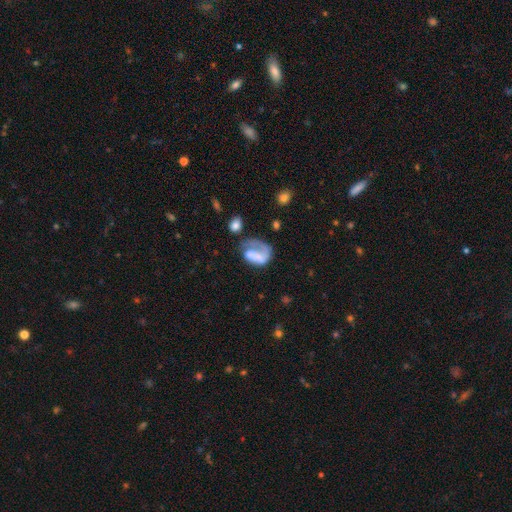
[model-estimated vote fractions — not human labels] smooth_or_featured: featured or disk (p=0.50) [alt: smooth p=0.42]
disk_edge_on: no (p=0.97) [alt: yes p=0.03]
merging: major disturbance (p=0.43) [alt: none p=0.29]